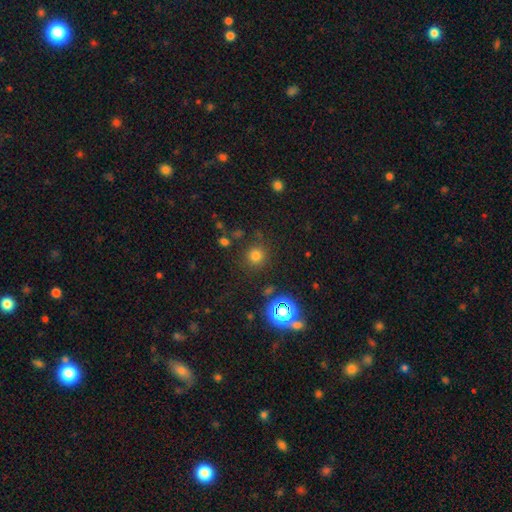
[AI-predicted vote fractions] Smooth or featured? smooth (73%)
How rounded? round (92%)
Merging? none (84%)